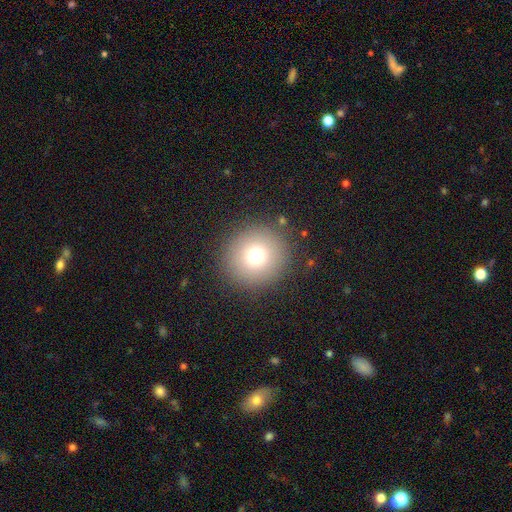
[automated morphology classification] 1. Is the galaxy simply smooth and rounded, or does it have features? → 74% smooth, 15% star or artifact, 11% featured or disk.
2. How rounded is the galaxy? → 95% round, 4% in between, 1% cigar-shaped.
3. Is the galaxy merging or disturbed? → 89% none, 6% minor disturbance, 3% major disturbance, 2% merger.